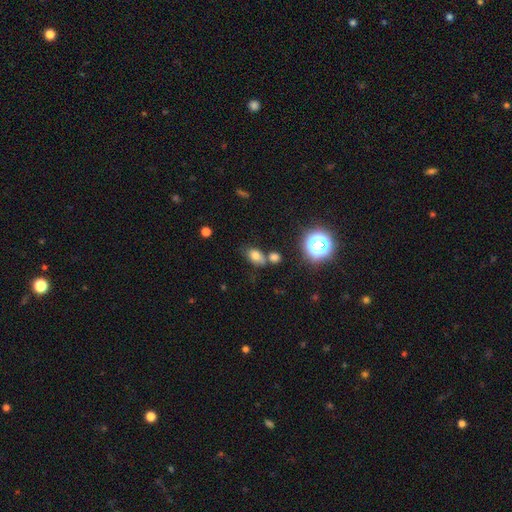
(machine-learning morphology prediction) The model was most divided on "merging": none: 57%, merger: 23%, minor disturbance: 15%, major disturbance: 5%. More confident: how rounded — in between (79%); smooth or featured — smooth (73%).